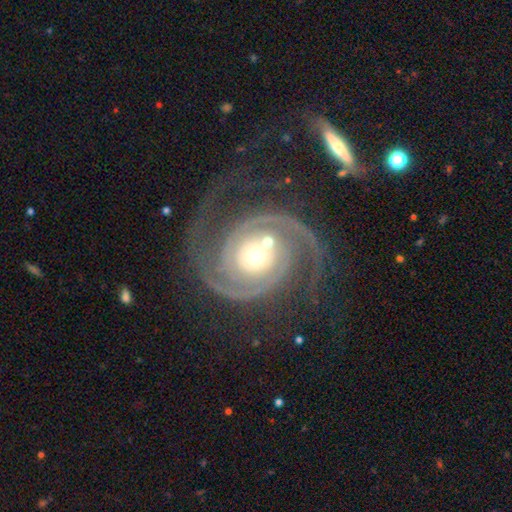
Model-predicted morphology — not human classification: A featured or disk galaxy (93%) with no bar (77%), 2 (84%) tight (59%) spiral arms (99%) and a moderate central bulge (54%). Merging: none (64%).